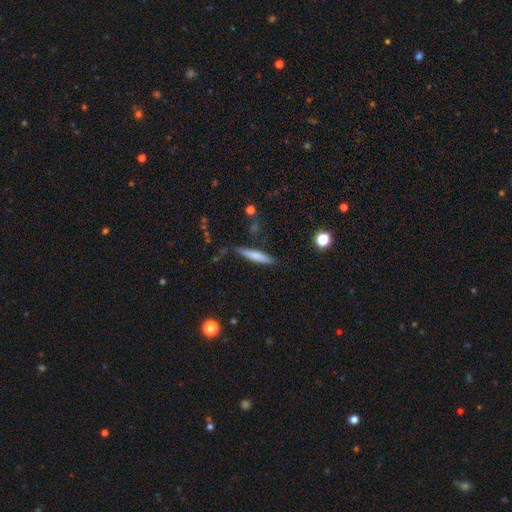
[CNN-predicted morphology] The model was most divided on "smooth or featured": smooth: 69%, featured or disk: 25%, star or artifact: 6%. More confident: how rounded — cigar-shaped (91%); merging — none (82%).